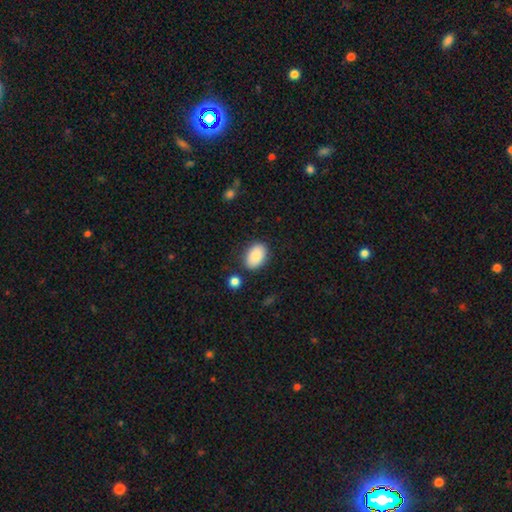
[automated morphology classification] smooth 87%, star or artifact 7%, featured or disk 6%. Down the decision tree: how rounded — in between (88%); merging — none (82%).